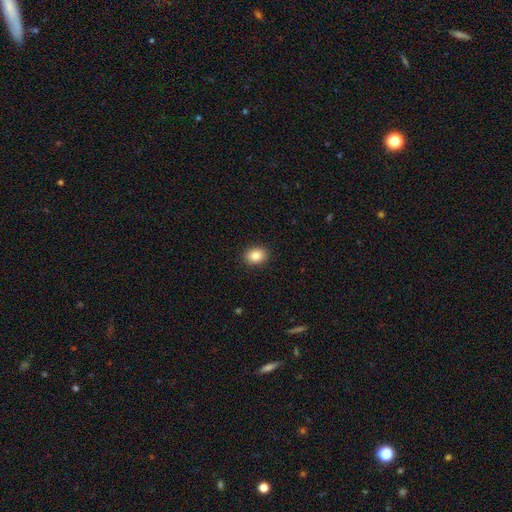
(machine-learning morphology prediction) Smooth or featured?
  - smooth: 87% *
  - star or artifact: 9%
  - featured or disk: 5%
How rounded?
  - in between: 61% *
  - round: 38%
  - cigar-shaped: 1%
Merging?
  - none: 91% *
  - minor disturbance: 6%
  - major disturbance: 2%
  - merger: 1%